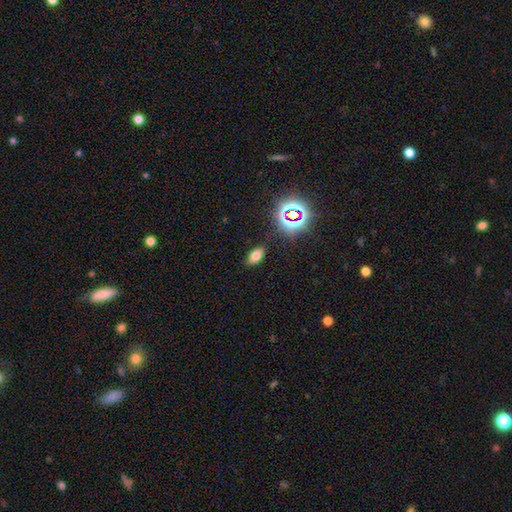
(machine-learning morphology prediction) A smooth galaxy with no disk features (68%) that is in between round and cigar-shaped (87%).

Vote fractions:
- Smooth or featured? smooth: 68% / star or artifact: 21% / featured or disk: 11%
- How rounded? in between: 87% / round: 7% / cigar-shaped: 6%
- Merging? none: 84% / minor disturbance: 11% / major disturbance: 3% / merger: 2%